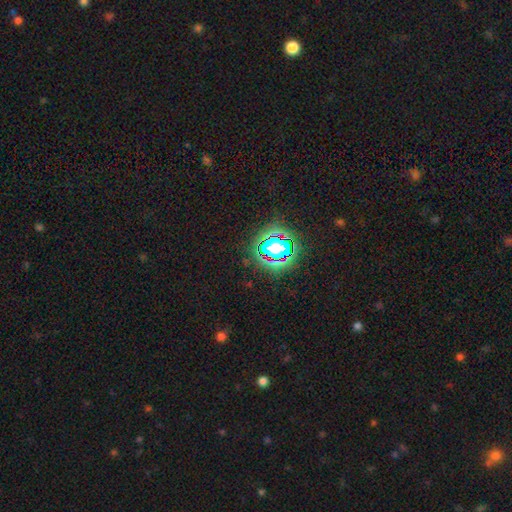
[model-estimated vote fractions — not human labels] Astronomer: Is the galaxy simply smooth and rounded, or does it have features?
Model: star or artifact — 82%.